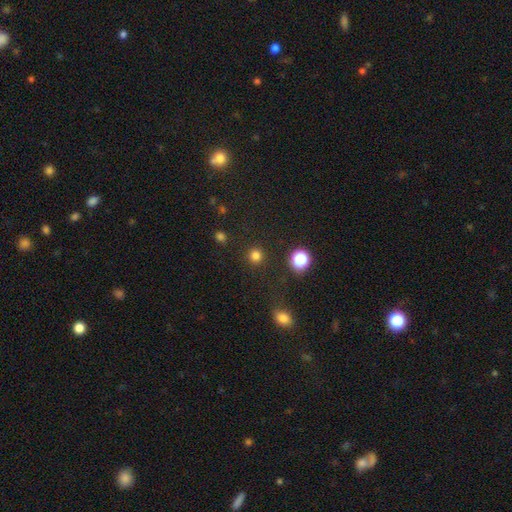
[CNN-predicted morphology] Smooth or featured: smooth — 81% (star or artifact — 15%)
How rounded: round — 93% (in between — 6%)
Merging: none — 90% (minor disturbance — 6%)